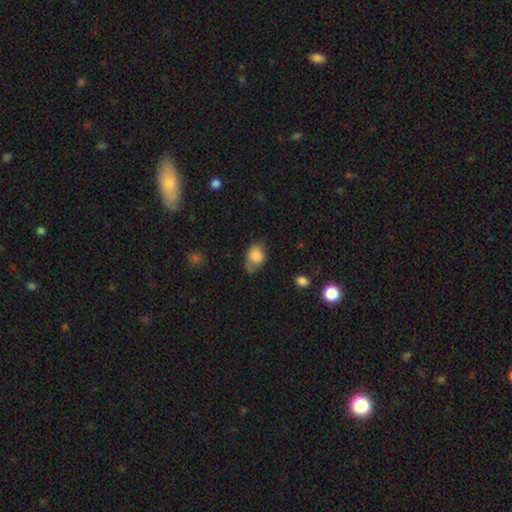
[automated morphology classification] smooth 82%, featured or disk 10%, star or artifact 8%. Down the decision tree: how rounded — in between (71%); merging — none (47%).